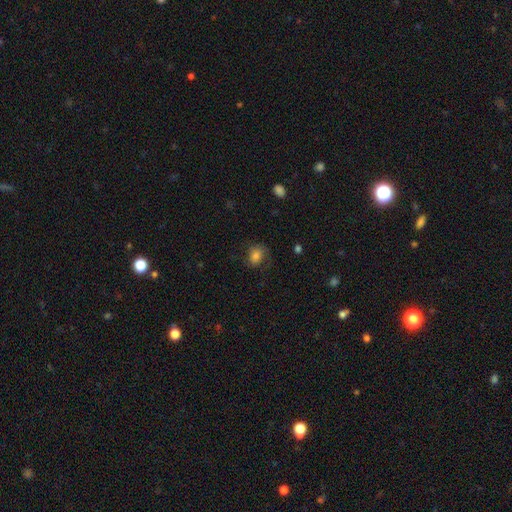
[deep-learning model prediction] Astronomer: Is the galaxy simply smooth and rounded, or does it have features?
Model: smooth — 67%.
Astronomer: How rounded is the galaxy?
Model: in between — 51% (runner-up: round, 48%).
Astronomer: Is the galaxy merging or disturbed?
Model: none — 61%.